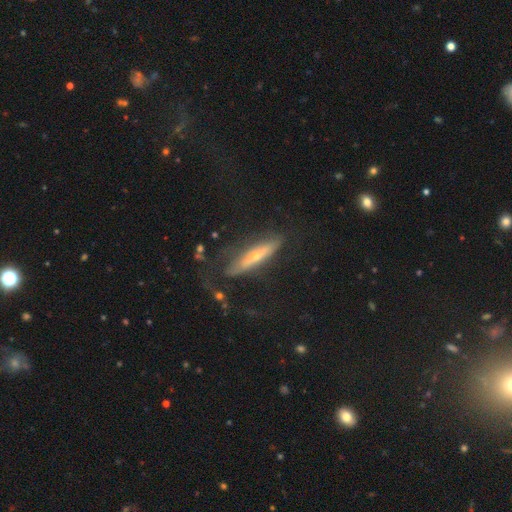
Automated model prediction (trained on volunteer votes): A featured or disk galaxy (66%) viewed edge-on (68%). Merging: none (56%).